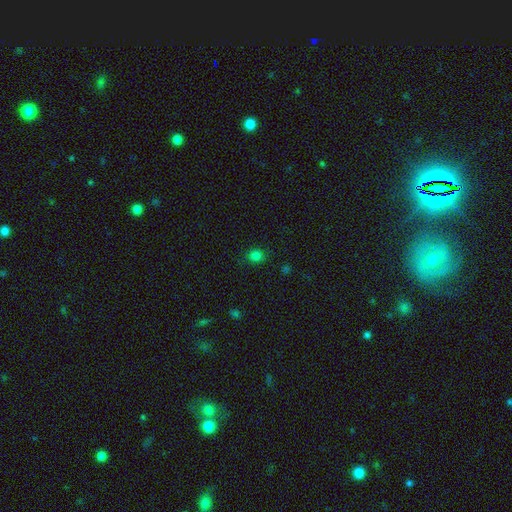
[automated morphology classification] Q: Smooth or featured?
A: smooth (79%); runner-up: star or artifact (16%)
Q: How rounded?
A: round (75%); runner-up: in between (24%)
Q: Merging?
A: none (84%); runner-up: minor disturbance (11%)